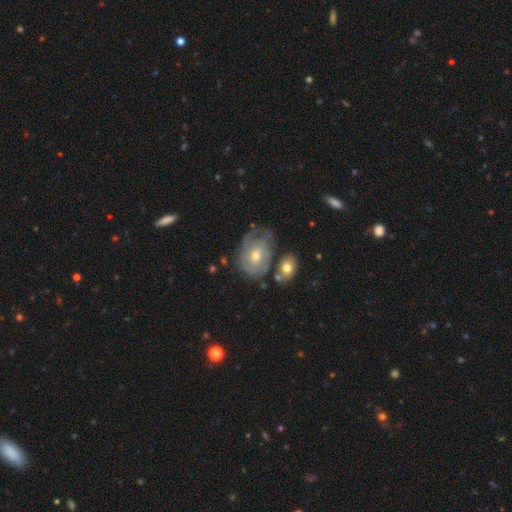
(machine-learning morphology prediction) This is likely a featured or disk galaxy (65%). It is clearly not viewed edge-on (95%). Bar: likely no (73%). Spiral arm pattern: likely yes (72%). Central bulge: likely moderate (62%). Merging: possibly none (53%).